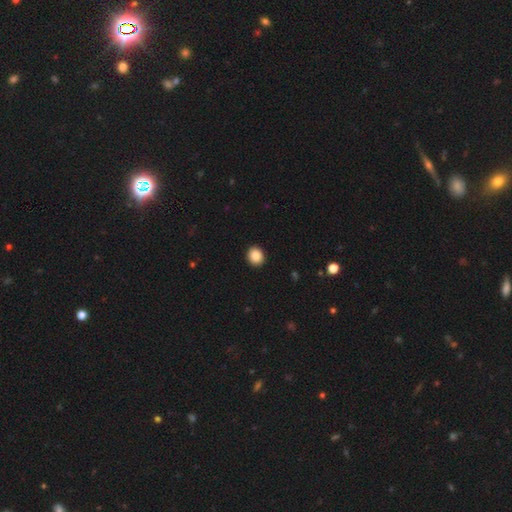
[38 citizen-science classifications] Smooth or featured? 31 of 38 (82%) said smooth. How rounded? 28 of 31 (90%) said round. Merging? 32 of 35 (91%) said none.